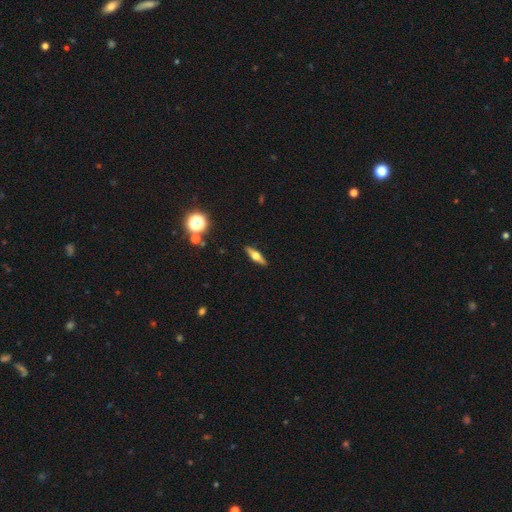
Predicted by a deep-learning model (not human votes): Morphology: type=featured or disk (60%); edge-on=yes (94%); edge-on bulge=rounded (94%); merging=none (91%).